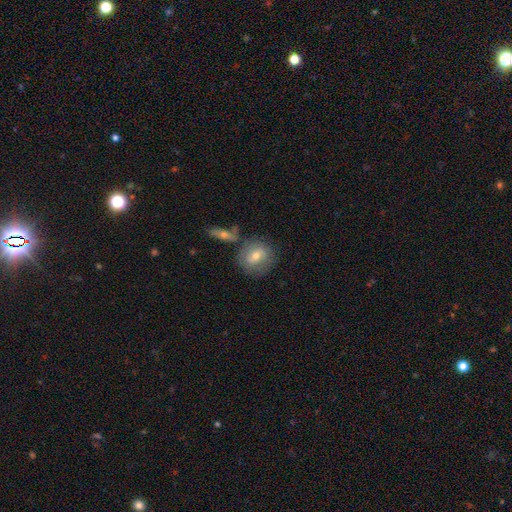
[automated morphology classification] A smooth galaxy with no disk features (64%) that is round (75%).

Vote fractions:
- Smooth or featured? smooth: 64% / featured or disk: 29% / star or artifact: 7%
- How rounded? round: 75% / in between: 23% / cigar-shaped: 2%
- Merging? none: 66% / minor disturbance: 15% / merger: 14% / major disturbance: 5%